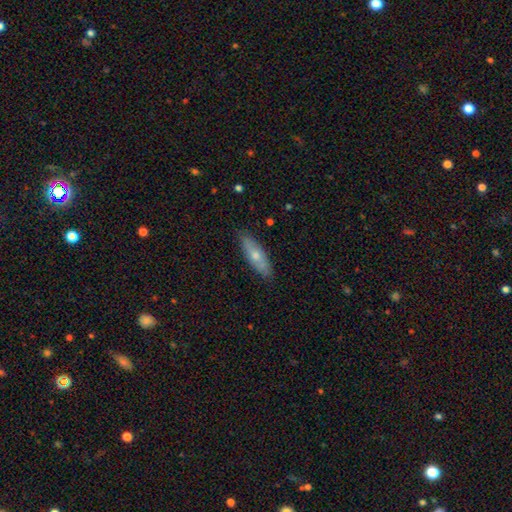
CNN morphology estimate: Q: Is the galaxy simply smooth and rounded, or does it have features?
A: smooth — 58%.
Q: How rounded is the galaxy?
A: cigar-shaped — 49%.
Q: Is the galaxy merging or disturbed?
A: none — 84%.